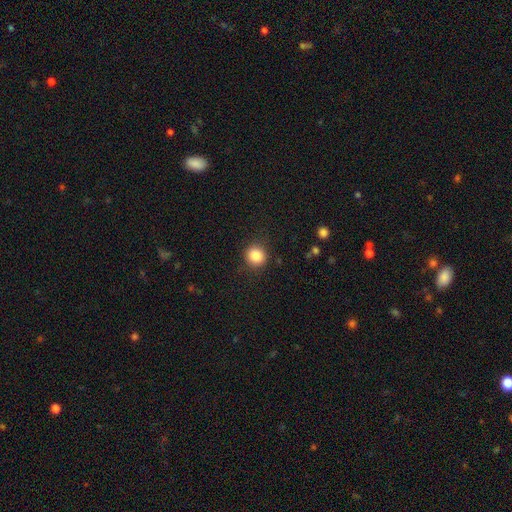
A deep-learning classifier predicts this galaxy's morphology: This appears to be a smooth galaxy with no disk features (86%) that is round (90%). Merging: none (87%).